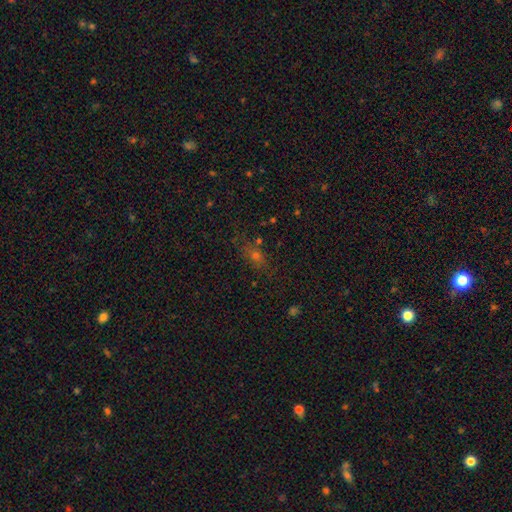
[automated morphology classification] smooth_or_featured: smooth (p=0.51) [alt: star or artifact p=0.31]
how_rounded: in between (p=0.60) [alt: round p=0.24]
merging: none (p=0.72) [alt: minor disturbance p=0.16]